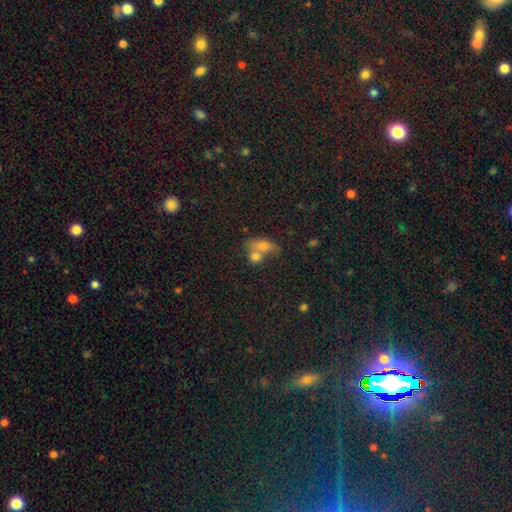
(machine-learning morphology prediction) Overall: smooth (49%; star or artifact 33%). Merging: merger (46%; none 38%).